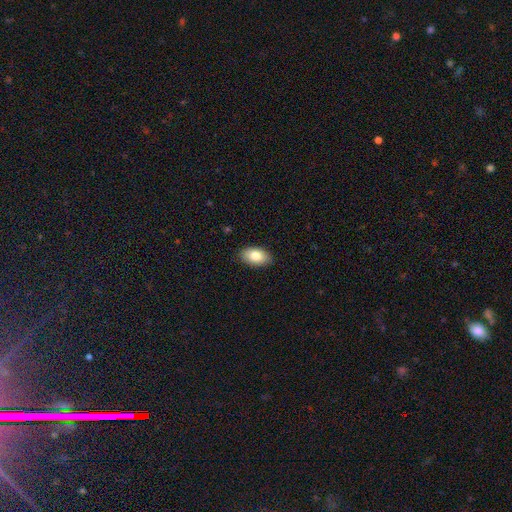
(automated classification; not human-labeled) Smooth or featured: smooth — 81% (featured or disk — 12%)
How rounded: in between — 93% (round — 5%)
Merging: none — 88% (minor disturbance — 9%)